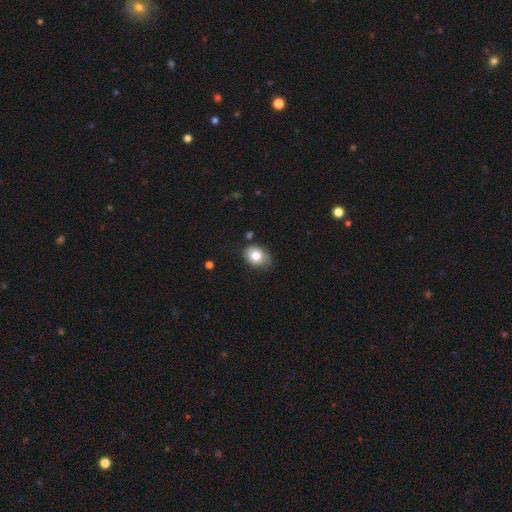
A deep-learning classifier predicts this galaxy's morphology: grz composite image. It shows a smooth galaxy with no disk features (81%) that is in between round and cigar-shaped (67%). Merging: none (69%).